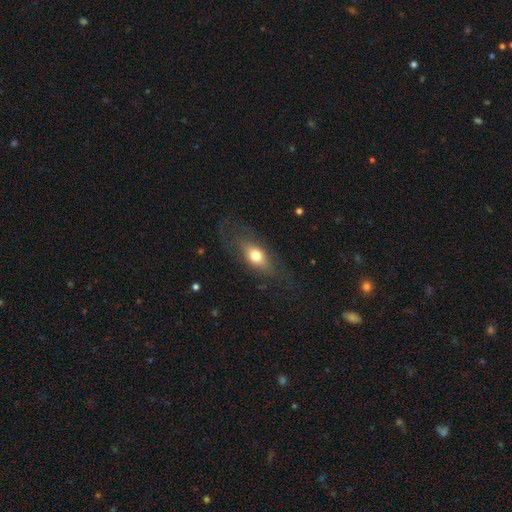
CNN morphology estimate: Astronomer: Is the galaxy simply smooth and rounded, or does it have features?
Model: smooth — 61%.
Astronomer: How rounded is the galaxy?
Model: in between — 73%.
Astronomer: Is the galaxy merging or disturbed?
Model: none — 66%.